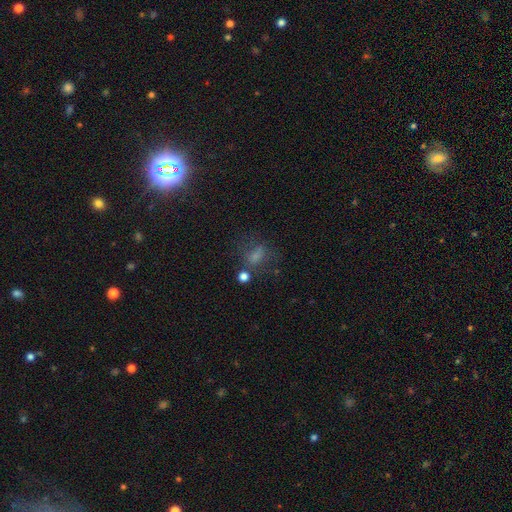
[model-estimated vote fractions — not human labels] Smooth or featured? Predicted: smooth (p=0.59). How rounded? Predicted: in between (p=0.58). Merging? Predicted: none (p=0.49).